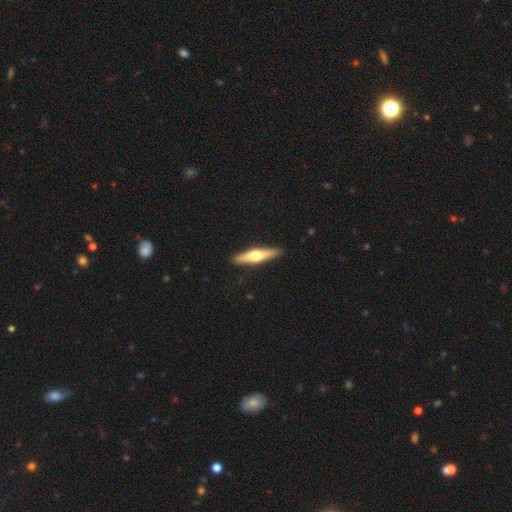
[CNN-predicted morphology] smooth-or-featured: featured or disk: 60% | smooth: 35% | star or artifact: 5%
  disk-edge-on: yes: 96% | no: 4%
    edge-on-bulge: rounded: 94% | boxy: 4% | none: 3%
  merging: none: 91% | minor disturbance: 6% | major disturbance: 1% | merger: 1%